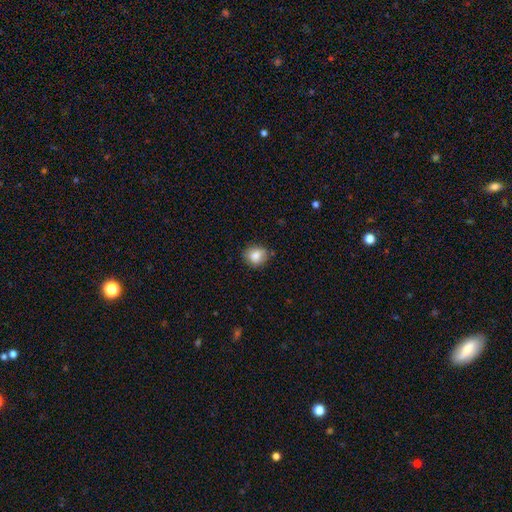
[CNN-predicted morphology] This appears to be a smooth galaxy with no disk features (84%) that is round (72%). Merging: none (77%).